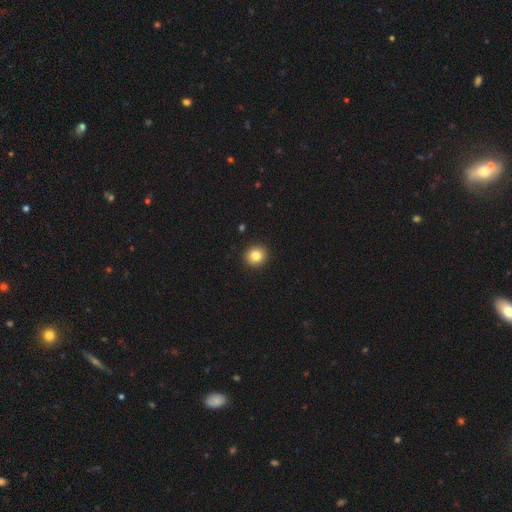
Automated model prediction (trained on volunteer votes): A smooth galaxy with no disk features (82%) that is round (89%). Merging: none (93%).